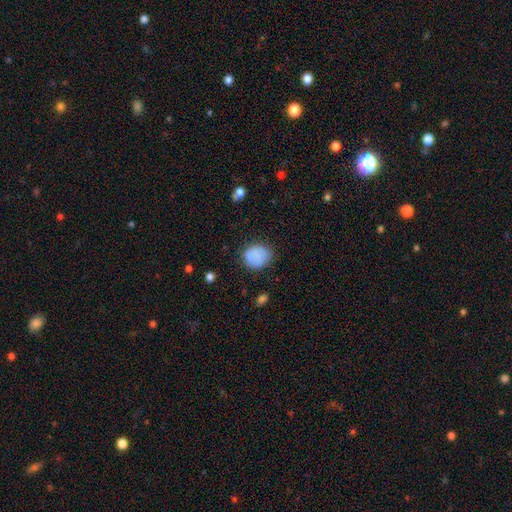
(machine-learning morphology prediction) type=smooth (85%); roundness=round (72%); merging=none (77%).